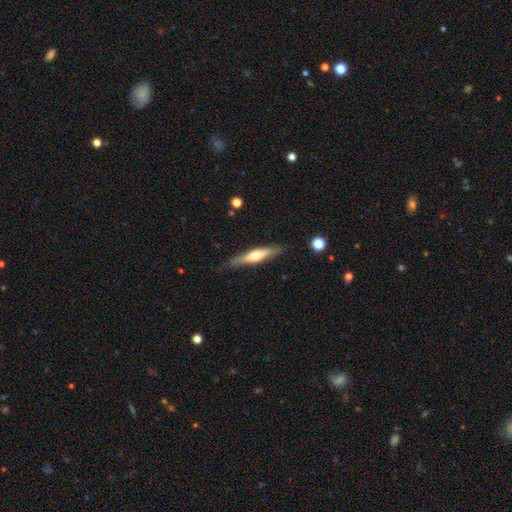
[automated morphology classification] type=featured or disk (50%); edge-on=yes (92%); merging=none (82%).